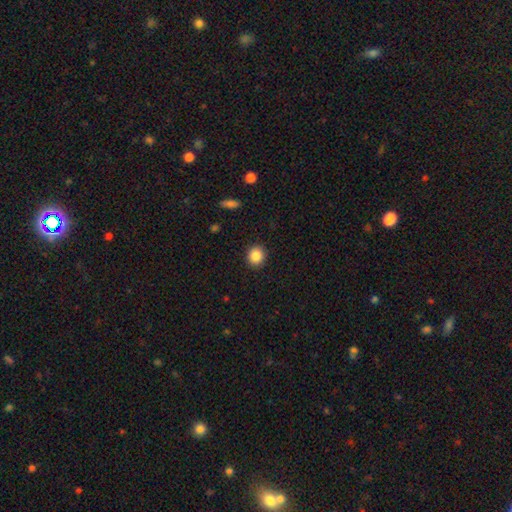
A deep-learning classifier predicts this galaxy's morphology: A smooth galaxy with no disk features (86%) that is round (86%).

Vote fractions:
- Smooth or featured? smooth: 86% / star or artifact: 9% / featured or disk: 4%
- How rounded? round: 86% / in between: 13% / cigar-shaped: 1%
- Merging? none: 91% / minor disturbance: 6% / major disturbance: 2% / merger: 1%